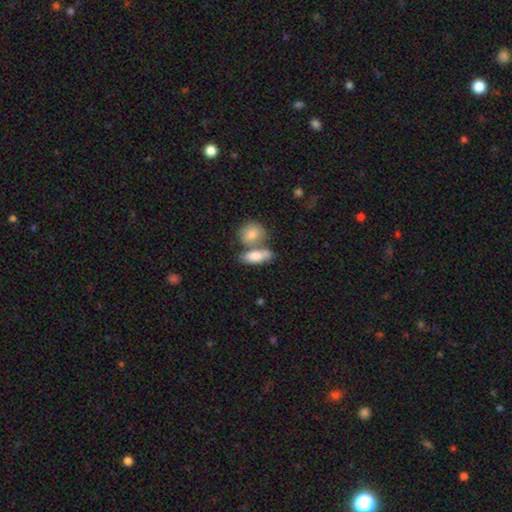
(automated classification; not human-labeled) Smooth or featured? Predicted: smooth (p=0.79). How rounded? Predicted: in between (p=0.77). Merging? Predicted: merger (p=0.45).